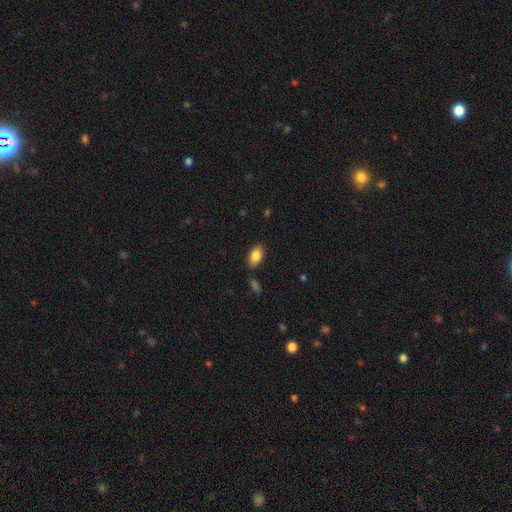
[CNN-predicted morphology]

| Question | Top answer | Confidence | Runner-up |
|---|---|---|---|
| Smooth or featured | smooth | 84% | featured or disk (8%) |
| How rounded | in between | 92% | round (5%) |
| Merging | none | 84% | minor disturbance (11%) |